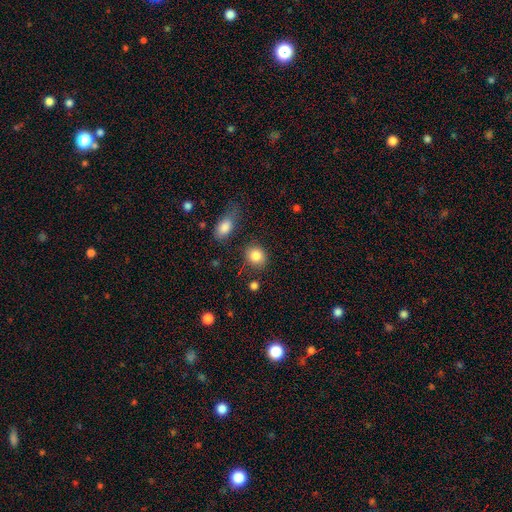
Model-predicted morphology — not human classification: Smooth or featured: smooth — 86% (star or artifact — 9%)
How rounded: round — 76% (in between — 23%)
Merging: none — 80% (minor disturbance — 11%)